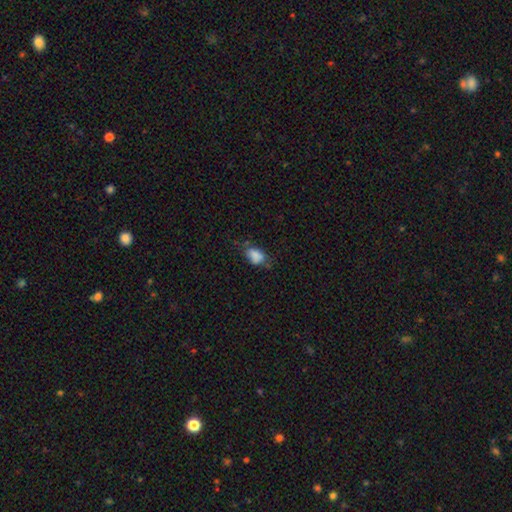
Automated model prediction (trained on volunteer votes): Smooth or featured? Predicted: smooth (p=0.79). How rounded? Predicted: in between (p=0.83). Merging? Predicted: none (p=0.44).